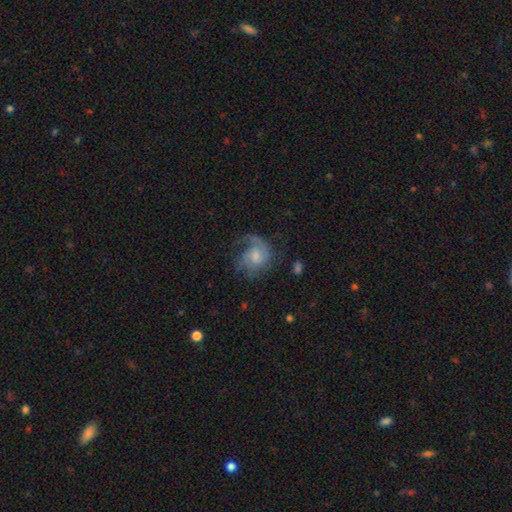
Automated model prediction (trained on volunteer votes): Smooth or featured? Predicted: featured or disk (p=0.67). Edge-on disk? Predicted: no (p=0.98). Bar? Predicted: no (p=0.58). Spiral arms? Predicted: yes (p=0.87). Spiral winding? Predicted: medium (p=0.44). Spiral arm count? Predicted: 2 (p=0.31). Bulge size? Predicted: moderate (p=0.44). Merging? Predicted: none (p=0.47).